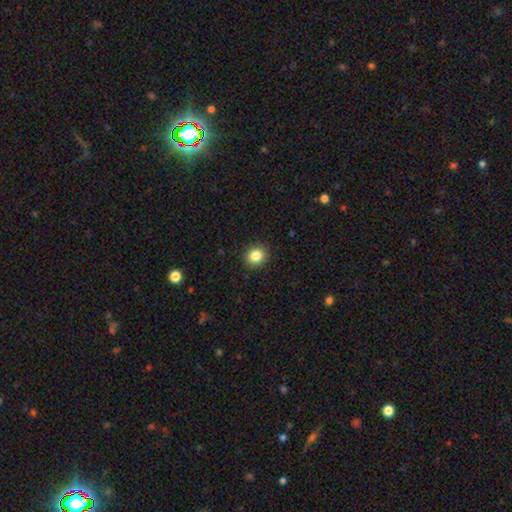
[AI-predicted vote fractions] Smooth or featured? smooth (85%)
How rounded? round (84%)
Merging? none (91%)